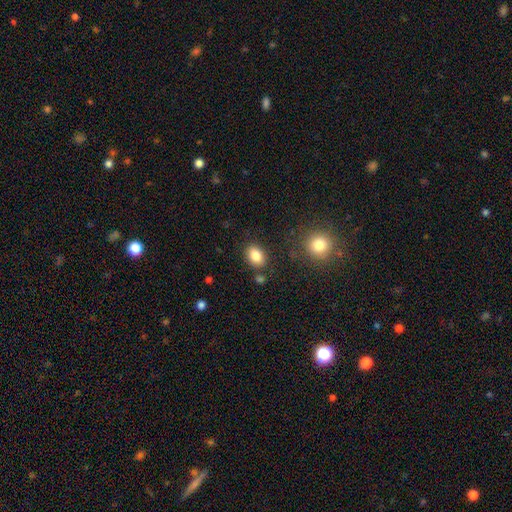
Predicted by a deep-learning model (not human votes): This appears to be a smooth galaxy with no disk features (84%) that is in between round and cigar-shaped (72%). Merging: none (82%).